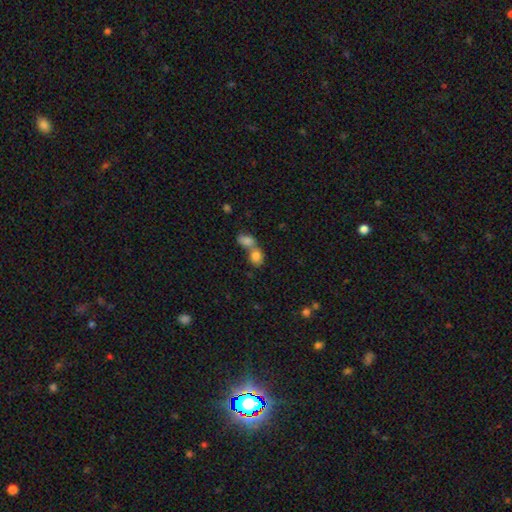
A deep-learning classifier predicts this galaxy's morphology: This is clearly a smooth galaxy (81%). How rounded: possibly in between (52%). Merging: likely merger (64%).